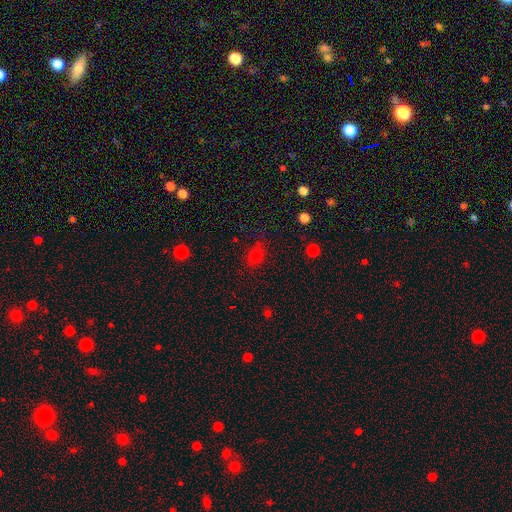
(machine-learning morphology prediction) smooth 76%, star or artifact 17%, featured or disk 7%. Down the decision tree: how rounded — round (56%); merging — none (78%).